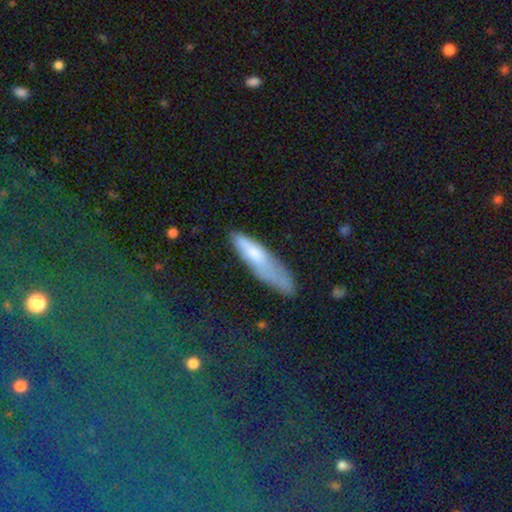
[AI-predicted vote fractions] Q: Smooth or featured?
A: smooth (65%); runner-up: featured or disk (27%)
Q: How rounded?
A: cigar-shaped (81%); runner-up: in between (18%)
Q: Merging?
A: none (61%); runner-up: minor disturbance (27%)